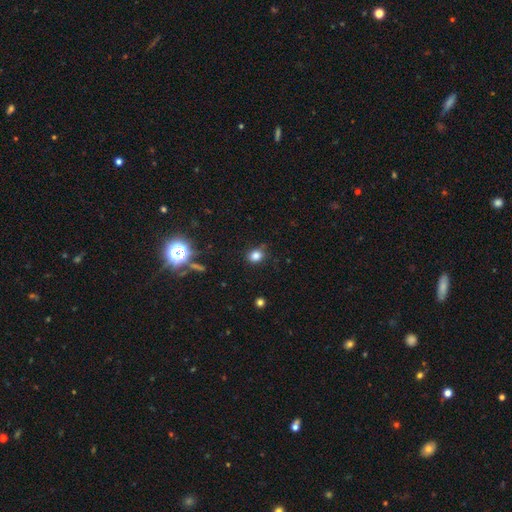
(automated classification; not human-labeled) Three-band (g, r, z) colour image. It shows a smooth galaxy with no disk features (81%) that is round (68%). Merging: none (80%).